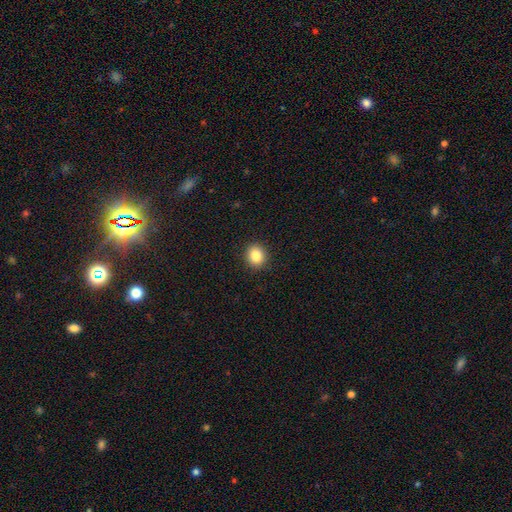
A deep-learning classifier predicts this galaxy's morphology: type=smooth (84%); roundness=round (81%); merging=none (92%).